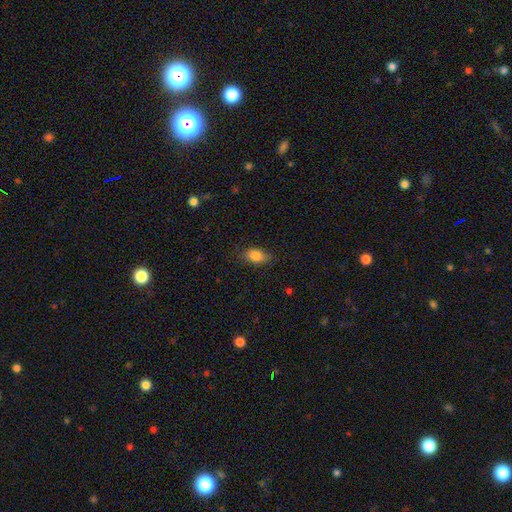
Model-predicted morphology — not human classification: smooth_or_featured: smooth (p=0.84) [alt: star or artifact p=0.09]
how_rounded: in between (p=0.83) [alt: round p=0.14]
merging: none (p=0.78) [alt: minor disturbance p=0.17]